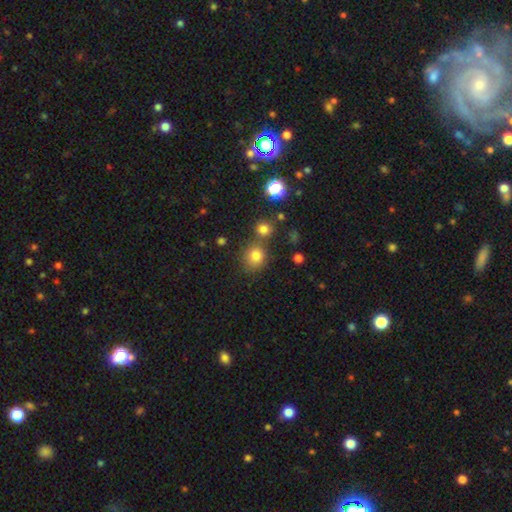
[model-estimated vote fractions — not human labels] This appears to be a smooth galaxy with no disk features (79%) that is round (80%). Merging: none (65%).